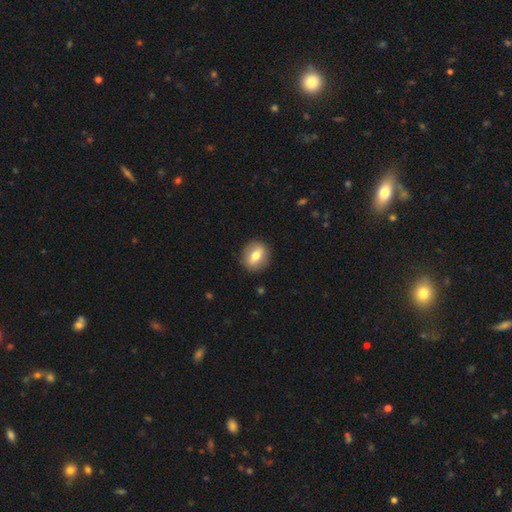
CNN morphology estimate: Smooth or featured? Predicted: smooth (p=0.65). How rounded? Predicted: round (p=0.63). Merging? Predicted: none (p=0.89).